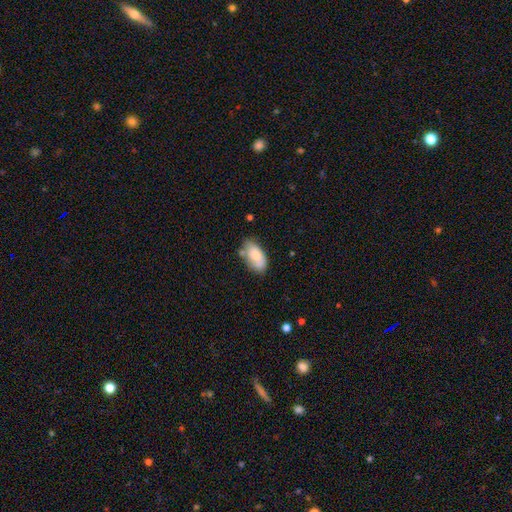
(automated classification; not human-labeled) smooth 74%, featured or disk 19%, star or artifact 7%. Down the decision tree: how rounded — in between (93%); merging — none (58%).